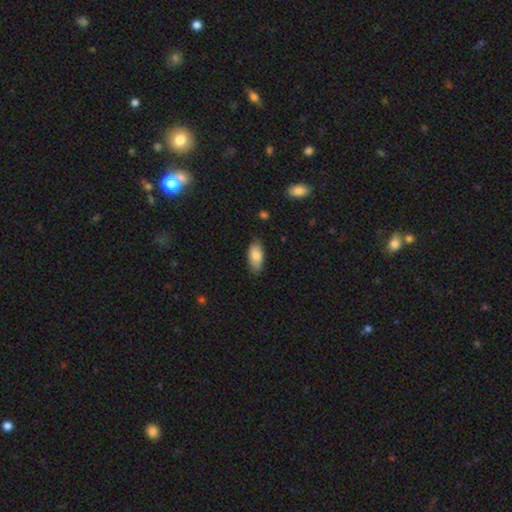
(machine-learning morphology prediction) A smooth galaxy with no disk features (83%) that is in between round and cigar-shaped (90%). Merging: none (80%).